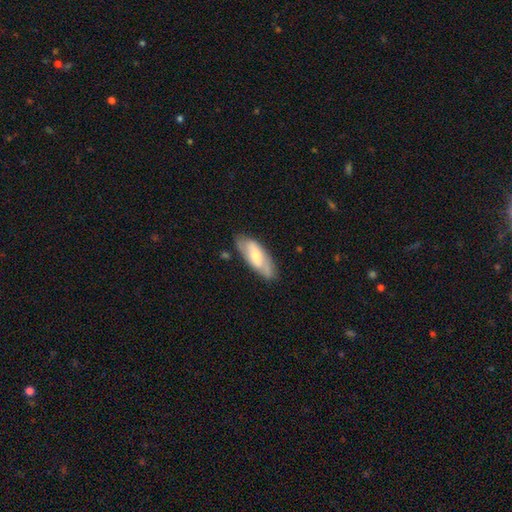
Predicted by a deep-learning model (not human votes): Morphology: type=smooth (49%); merging=none (74%).